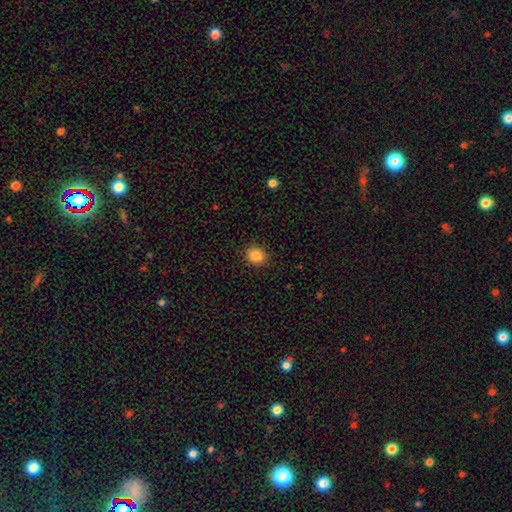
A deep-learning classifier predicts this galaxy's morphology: Q: Smooth or featured?
A: smooth (85%); runner-up: star or artifact (10%)
Q: How rounded?
A: round (71%); runner-up: in between (28%)
Q: Merging?
A: none (90%); runner-up: minor disturbance (7%)